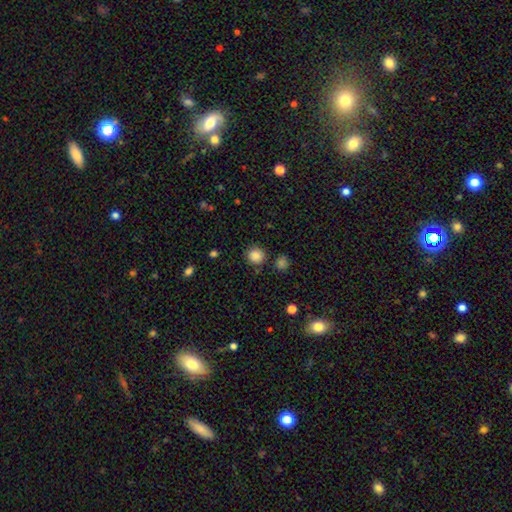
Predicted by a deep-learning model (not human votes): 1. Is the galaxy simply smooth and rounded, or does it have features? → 85% smooth, 11% star or artifact, 4% featured or disk.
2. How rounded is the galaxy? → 89% round, 10% in between, 1% cigar-shaped.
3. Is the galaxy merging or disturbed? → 85% none, 8% minor disturbance, 4% merger, 3% major disturbance.